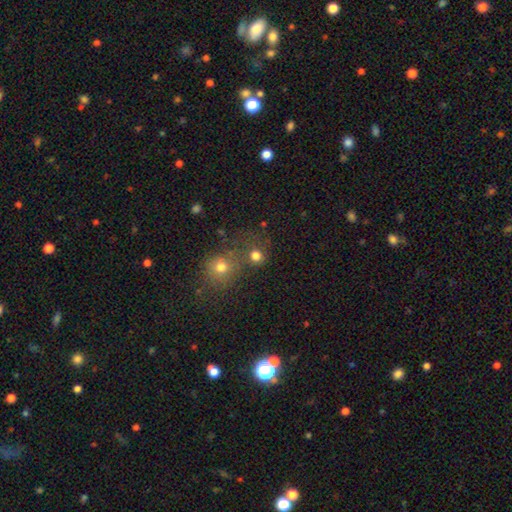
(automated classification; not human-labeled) smooth 76%, star or artifact 16%, featured or disk 8%. Down the decision tree: how rounded — round (85%); merging — none (55%).